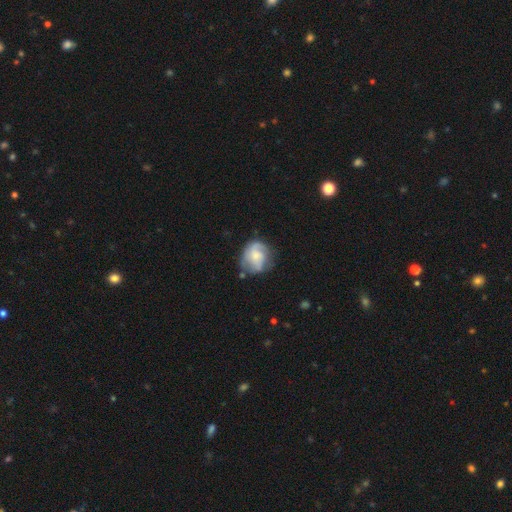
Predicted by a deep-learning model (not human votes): Smooth or featured?
  - featured or disk: 49% *
  - smooth: 44%
  - star or artifact: 7%
Merging?
  - none: 55% *
  - minor disturbance: 27%
  - major disturbance: 14%
  - merger: 4%